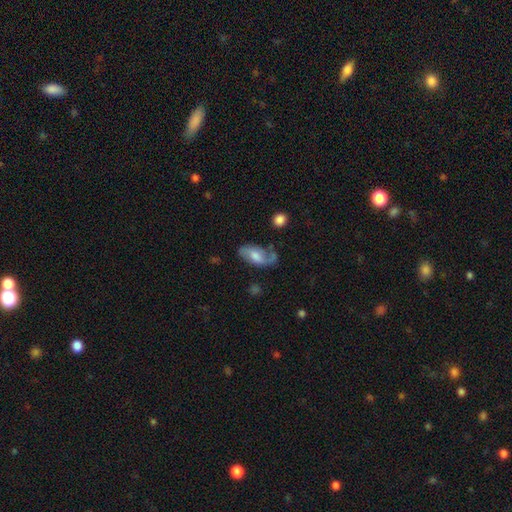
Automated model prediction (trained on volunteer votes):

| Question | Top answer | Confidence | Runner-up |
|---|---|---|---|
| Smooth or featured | featured or disk | 62% | smooth (31%) |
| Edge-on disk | no | 92% | yes (8%) |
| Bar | no | 47% | weak (42%) |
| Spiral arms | yes | 87% | no (13%) |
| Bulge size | moderate | 50% | large (21%) |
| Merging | none | 56% | minor disturbance (25%) |